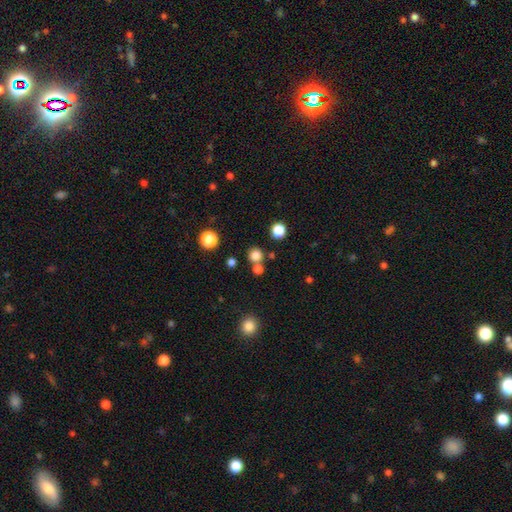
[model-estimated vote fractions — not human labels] This appears to be a smooth galaxy with no disk features (79%) that is round (91%). Merging: none (72%).